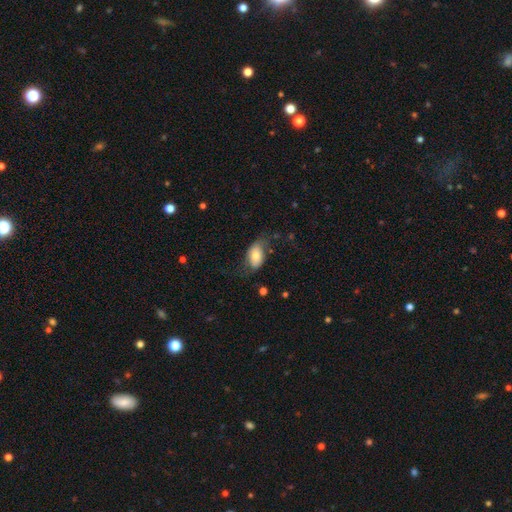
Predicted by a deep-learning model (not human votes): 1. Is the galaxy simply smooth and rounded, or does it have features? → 70% smooth, 23% featured or disk, 7% star or artifact.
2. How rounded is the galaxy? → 91% in between, 7% round, 2% cigar-shaped.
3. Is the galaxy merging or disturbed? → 52% none, 29% minor disturbance, 17% major disturbance, 2% merger.